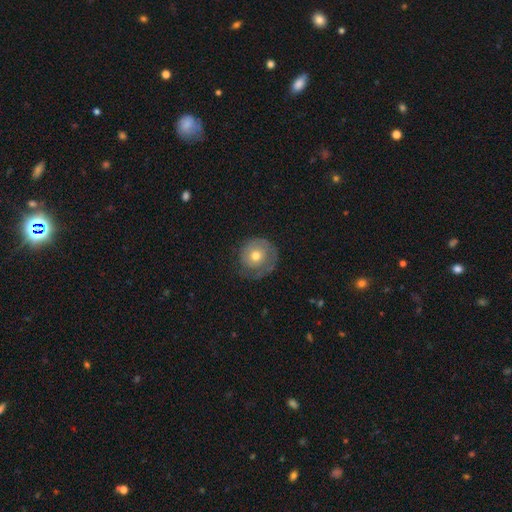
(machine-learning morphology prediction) Smooth or featured? smooth (48%)
Merging? none (62%)